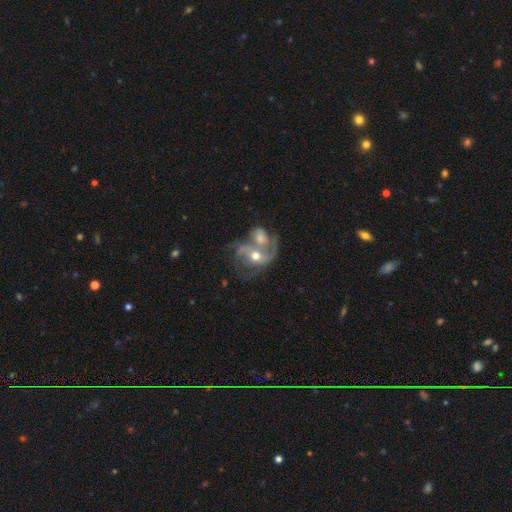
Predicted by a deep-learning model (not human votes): Smooth or featured? featured or disk (78%)
Edge-on disk? no (97%)
Bar? no (66%)
Spiral arms? yes (88%)
Spiral winding? medium (47%)
Spiral arm count? 2 (64%)
Bulge size? moderate (73%)
Merging? merger (65%)